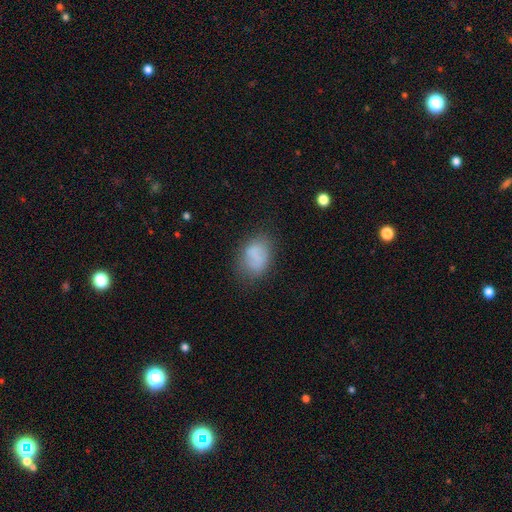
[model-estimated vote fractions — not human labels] This is likely a smooth galaxy (75%). How rounded: likely in between (74%). Merging: likely none (66%).